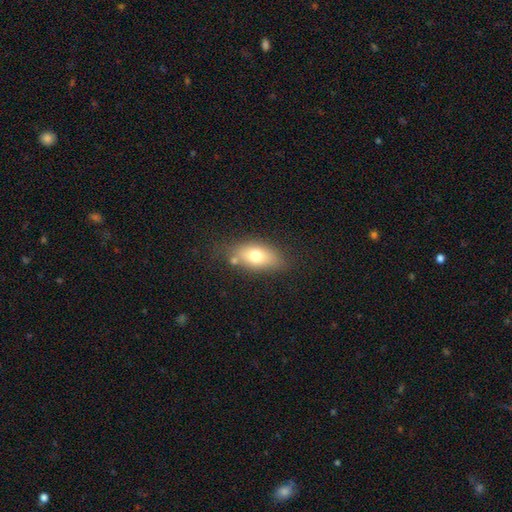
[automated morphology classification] Smooth or featured?
  - smooth: 72% *
  - featured or disk: 20%
  - star or artifact: 9%
How rounded?
  - in between: 84% *
  - round: 8%
  - cigar-shaped: 8%
Merging?
  - none: 70% *
  - minor disturbance: 17%
  - merger: 7%
  - major disturbance: 5%